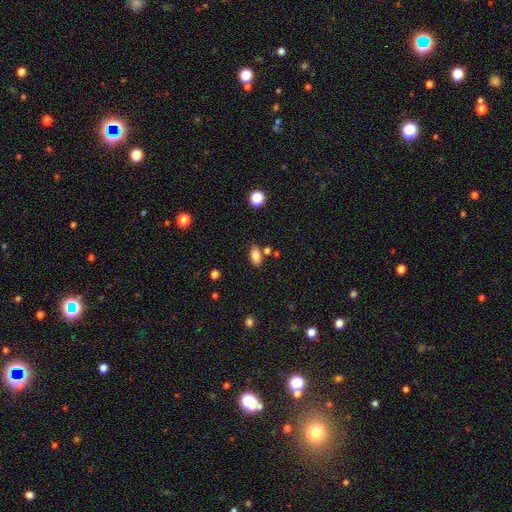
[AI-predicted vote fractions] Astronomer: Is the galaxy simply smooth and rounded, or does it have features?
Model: smooth — 83%.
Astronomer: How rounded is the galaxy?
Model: in between — 89%.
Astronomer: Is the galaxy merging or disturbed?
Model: none — 74%.